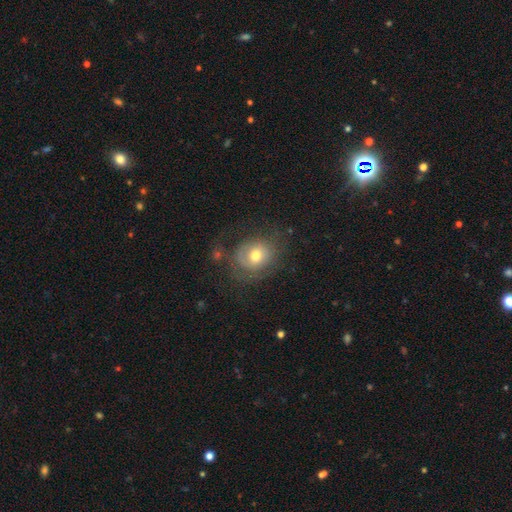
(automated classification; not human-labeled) A smooth galaxy with no disk features (54%) that is round (61%).

Vote fractions:
- Smooth or featured? smooth: 54% / featured or disk: 36% / star or artifact: 10%
- How rounded? round: 61% / in between: 38% / cigar-shaped: 1%
- Merging? none: 56% / minor disturbance: 22% / major disturbance: 18% / merger: 3%